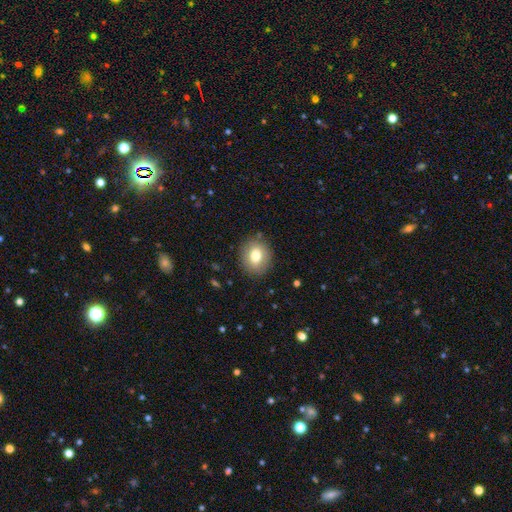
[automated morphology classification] smooth 77%, featured or disk 14%, star or artifact 9%. Down the decision tree: how rounded — round (64%); merging — none (86%).